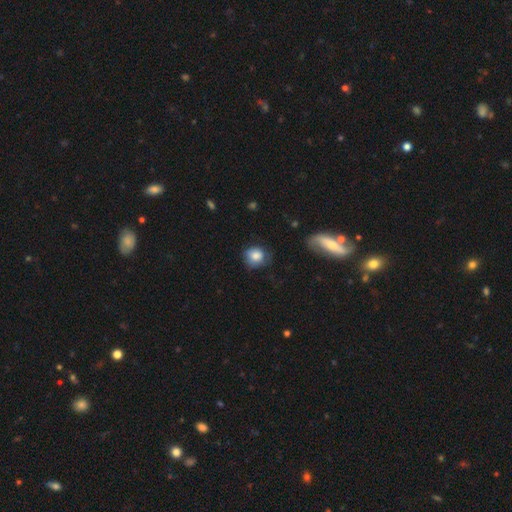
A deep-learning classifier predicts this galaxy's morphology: smooth 79%, featured or disk 12%, star or artifact 9%. Down the decision tree: how rounded — round (76%); merging — none (59%).